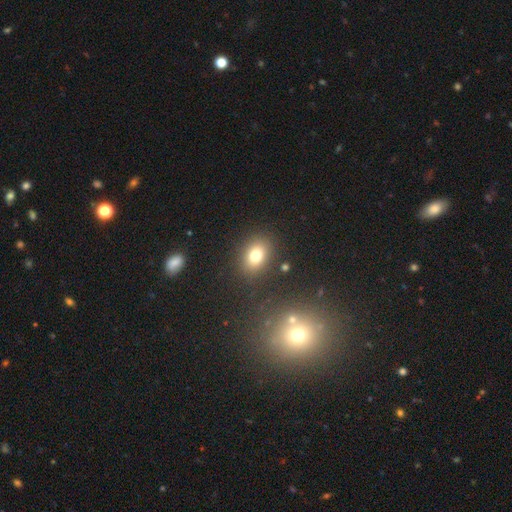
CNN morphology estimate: Smooth or featured?
  - smooth: 77% *
  - star or artifact: 13%
  - featured or disk: 9%
How rounded?
  - in between: 62% *
  - round: 37%
  - cigar-shaped: 1%
Merging?
  - none: 85% *
  - minor disturbance: 9%
  - major disturbance: 3%
  - merger: 3%